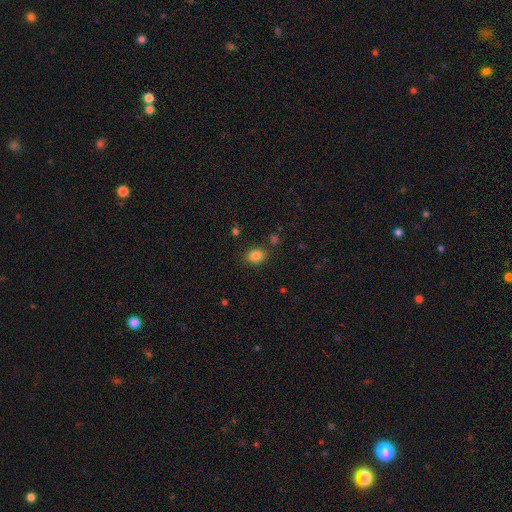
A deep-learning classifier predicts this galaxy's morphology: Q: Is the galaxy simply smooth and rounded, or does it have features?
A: smooth — 84%.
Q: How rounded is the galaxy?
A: in between — 59%.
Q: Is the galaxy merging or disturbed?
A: none — 82%.